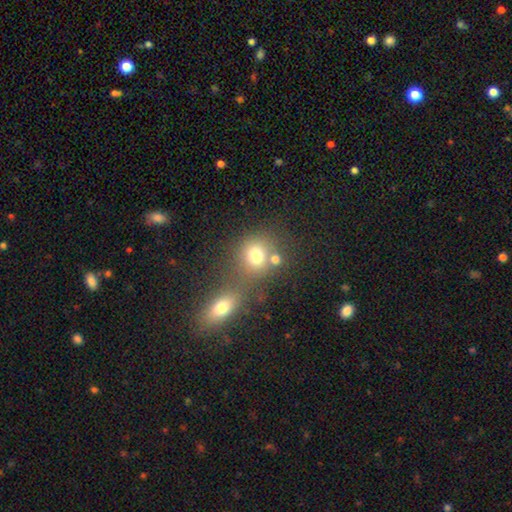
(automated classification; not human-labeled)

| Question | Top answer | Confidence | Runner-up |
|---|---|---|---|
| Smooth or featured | smooth | 74% | star or artifact (15%) |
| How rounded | round | 78% | in between (21%) |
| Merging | none | 49% | merger (37%) |